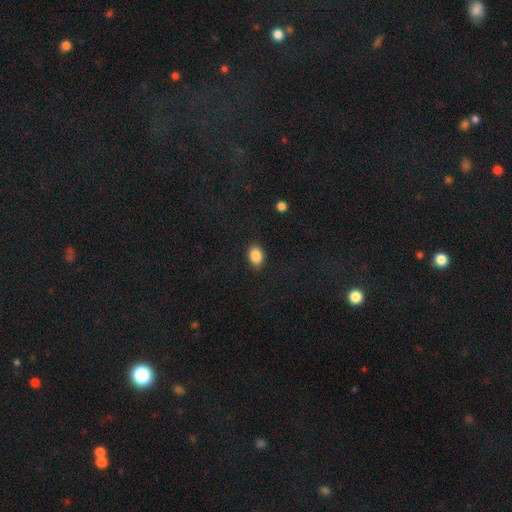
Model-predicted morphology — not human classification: Smooth or featured?
  - smooth: 87% *
  - star or artifact: 8%
  - featured or disk: 4%
How rounded?
  - in between: 74% *
  - round: 25%
  - cigar-shaped: 1%
Merging?
  - none: 88% *
  - minor disturbance: 9%
  - major disturbance: 2%
  - merger: 1%